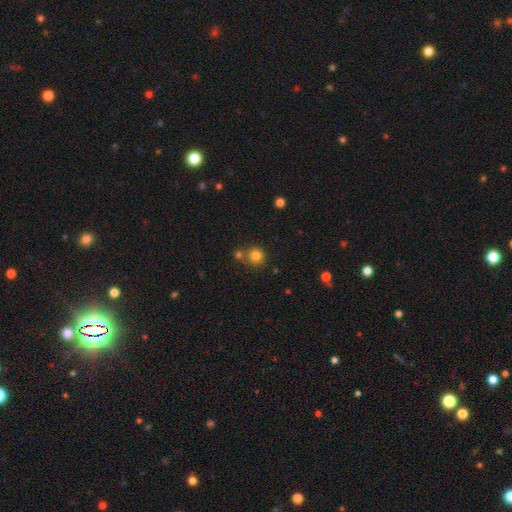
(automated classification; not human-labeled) Overall: smooth (80%). How rounded: round (91%). Merging: none (66%).